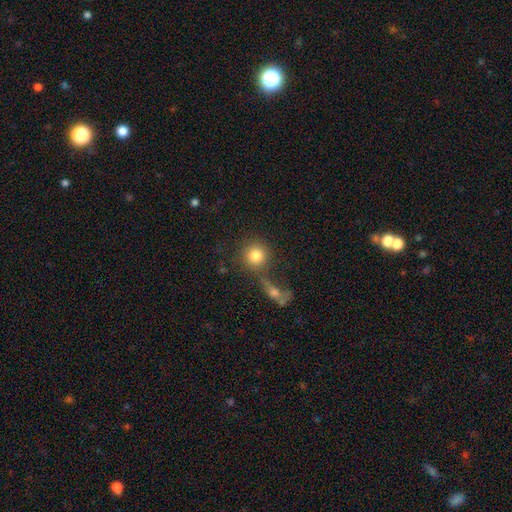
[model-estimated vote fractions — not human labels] Q: Smooth or featured?
A: smooth (81%); runner-up: featured or disk (10%)
Q: How rounded?
A: round (91%); runner-up: in between (8%)
Q: Merging?
A: none (58%); runner-up: merger (24%)